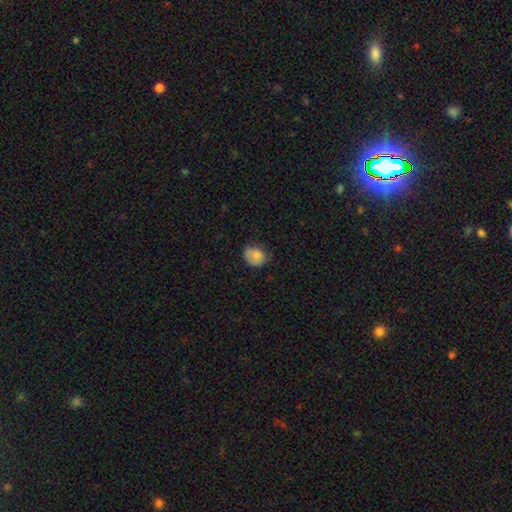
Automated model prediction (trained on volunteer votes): Smooth or featured? smooth (80%)
How rounded? round (57%)
Merging? none (53%)